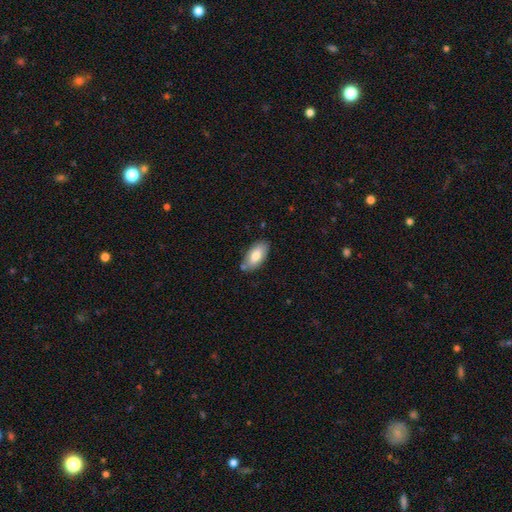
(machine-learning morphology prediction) smooth 77%, featured or disk 17%, star or artifact 6%. Down the decision tree: how rounded — in between (93%); merging — none (78%).